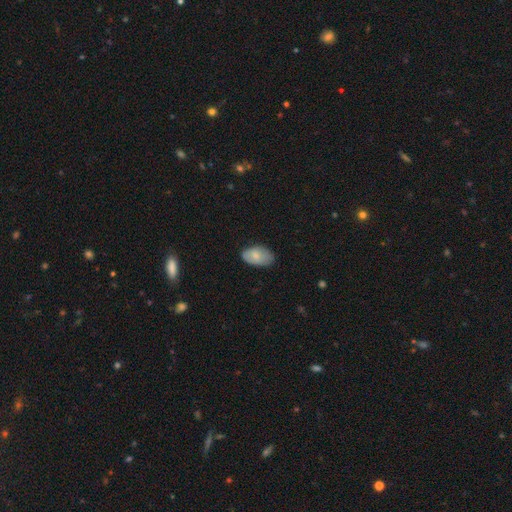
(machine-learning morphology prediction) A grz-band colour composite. It shows a smooth galaxy with no disk features (79%) that is in between round and cigar-shaped (94%). Merging: none (68%).